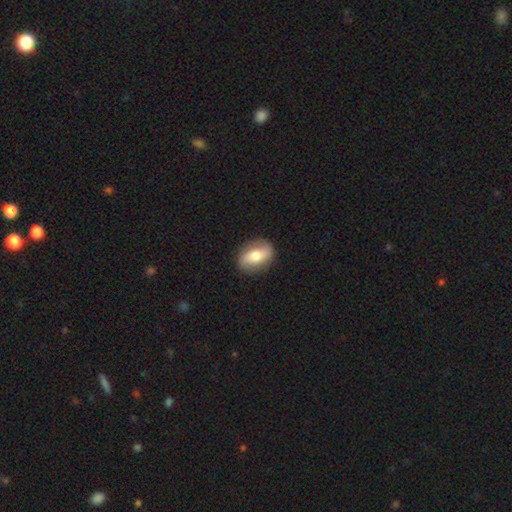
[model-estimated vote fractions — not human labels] Overall: smooth (47%; featured or disk 46%). Merging: none (86%).